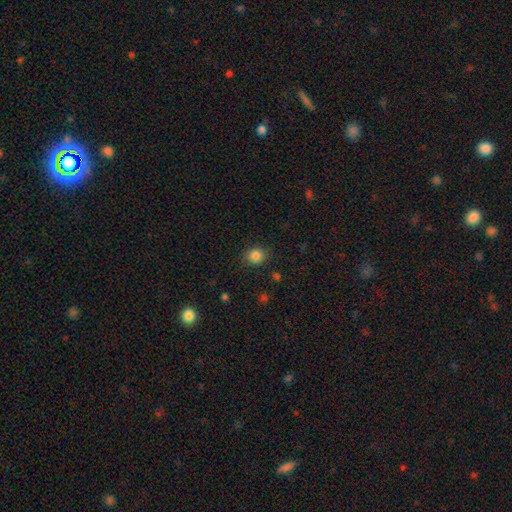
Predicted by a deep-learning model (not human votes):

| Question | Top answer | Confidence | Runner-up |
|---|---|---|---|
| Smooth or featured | smooth | 84% | star or artifact (11%) |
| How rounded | round | 78% | in between (21%) |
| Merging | none | 85% | minor disturbance (10%) |